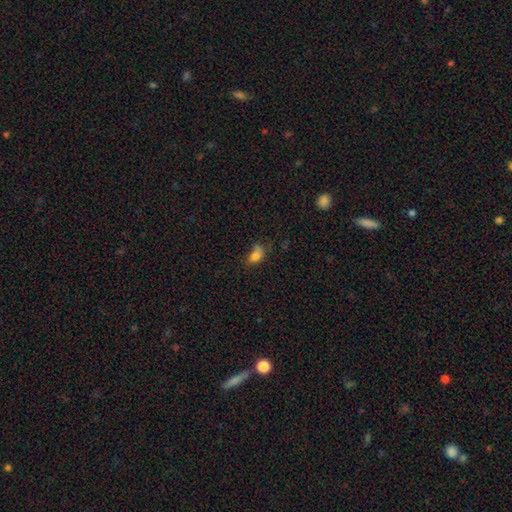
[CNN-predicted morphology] smooth-or-featured: smooth: 77% | star or artifact: 12% | featured or disk: 11%
  how-rounded: in between: 81% | round: 16% | cigar-shaped: 3%
  merging: none: 39% | minor disturbance: 30% | major disturbance: 21% | merger: 10%